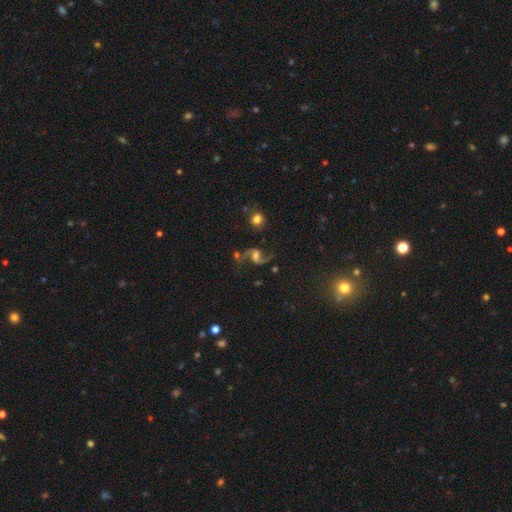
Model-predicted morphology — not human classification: type=featured or disk (83%); edge-on=no (97%); bar=weak (45%); spiral arms=yes (96%); winding=loose (79%); arm count=2 (93%); bulge=moderate (45%); merging=none (66%).